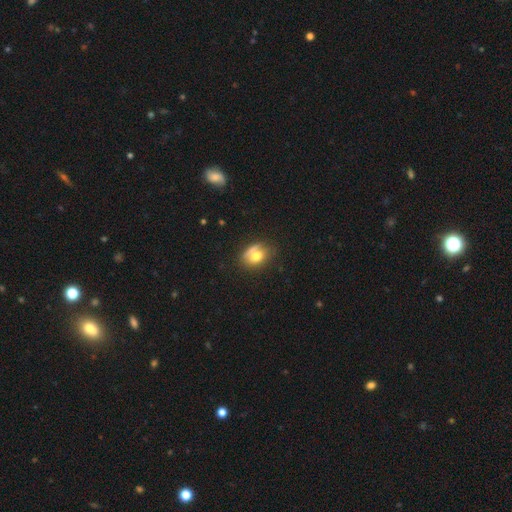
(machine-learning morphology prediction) Smooth or featured?
  - smooth: 65% *
  - featured or disk: 23%
  - star or artifact: 12%
How rounded?
  - in between: 65% *
  - round: 32%
  - cigar-shaped: 2%
Merging?
  - none: 51% *
  - minor disturbance: 24%
  - major disturbance: 13%
  - merger: 12%